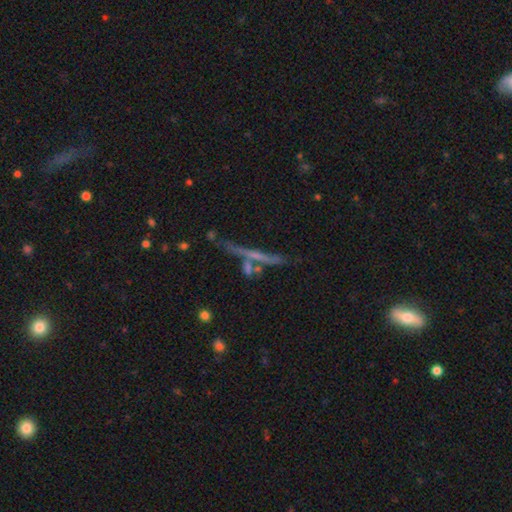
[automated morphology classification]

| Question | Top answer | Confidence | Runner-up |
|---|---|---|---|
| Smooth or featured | featured or disk | 59% | smooth (26%) |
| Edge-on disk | yes | 92% | no (8%) |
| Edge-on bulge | none | 67% | rounded (25%) |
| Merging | none | 71% | minor disturbance (12%) |